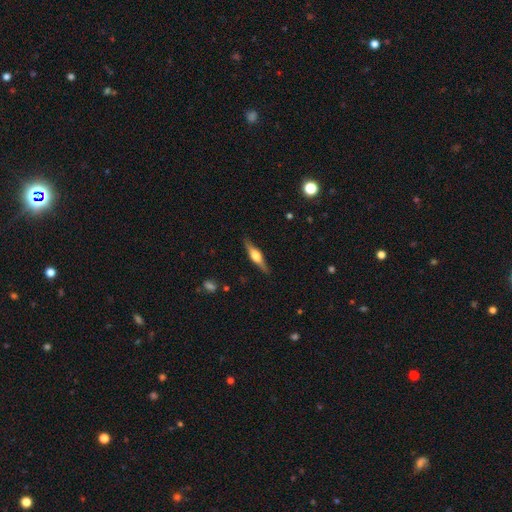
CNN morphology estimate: Smooth or featured? featured or disk (68%)
Edge-on disk? yes (97%)
Edge-on bulge? rounded (89%)
Merging? none (89%)